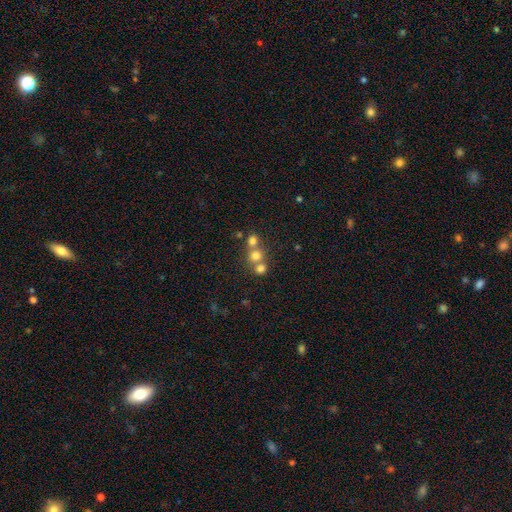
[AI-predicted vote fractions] This is likely a smooth galaxy (69%). How rounded: clearly round (86%). Merging: possibly merger (50%).